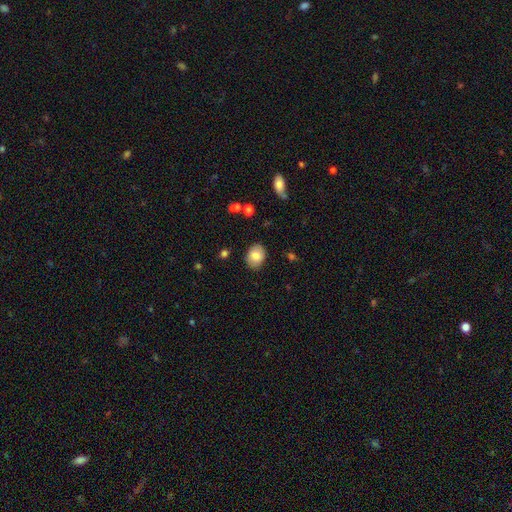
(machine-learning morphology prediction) Smooth or featured?
  - smooth: 80% *
  - featured or disk: 12%
  - star or artifact: 8%
How rounded?
  - in between: 61% *
  - round: 38%
  - cigar-shaped: 1%
Merging?
  - none: 86% *
  - minor disturbance: 11%
  - major disturbance: 2%
  - merger: 1%